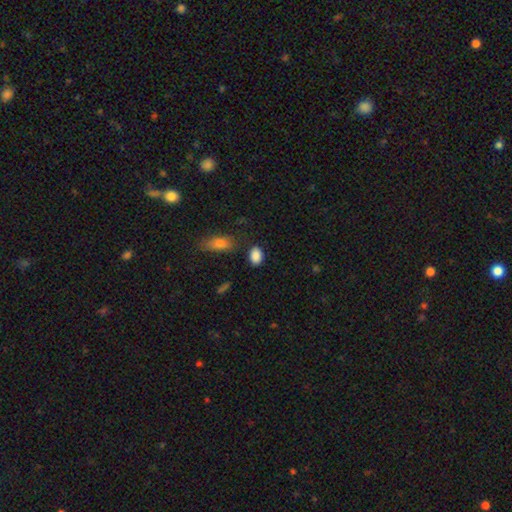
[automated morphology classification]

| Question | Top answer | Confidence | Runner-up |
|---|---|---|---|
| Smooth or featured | smooth | 88% | star or artifact (8%) |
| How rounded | in between | 80% | round (18%) |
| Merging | none | 79% | minor disturbance (13%) |